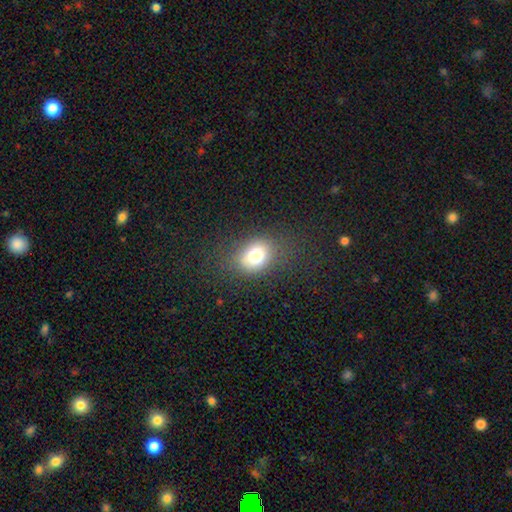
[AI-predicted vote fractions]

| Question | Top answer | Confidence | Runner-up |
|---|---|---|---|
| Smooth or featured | smooth | 77% | star or artifact (12%) |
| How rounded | in between | 65% | round (34%) |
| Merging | none | 76% | minor disturbance (14%) |